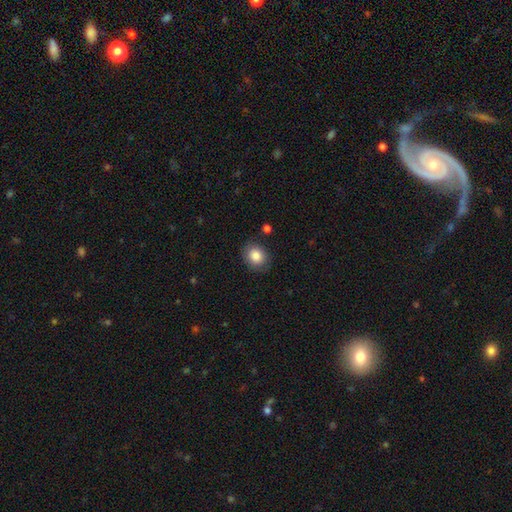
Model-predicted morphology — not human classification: Smooth or featured? Predicted: smooth (p=0.85). How rounded? Predicted: round (p=0.64). Merging? Predicted: none (p=0.83).